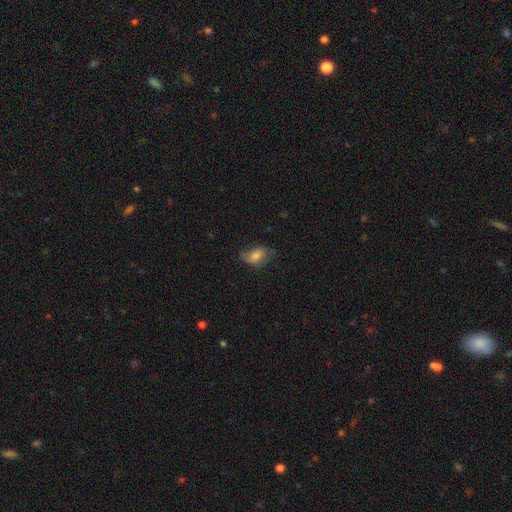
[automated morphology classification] Q: Smooth or featured?
A: smooth (64%); runner-up: featured or disk (26%)
Q: How rounded?
A: in between (83%); runner-up: round (15%)
Q: Merging?
A: none (51%); runner-up: minor disturbance (30%)